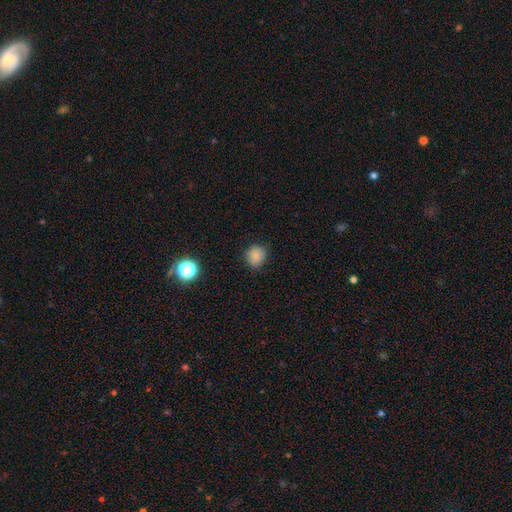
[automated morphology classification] Smooth or featured?
  - smooth: 83% *
  - star or artifact: 12%
  - featured or disk: 5%
How rounded?
  - round: 82% *
  - in between: 17%
  - cigar-shaped: 1%
Merging?
  - none: 82% *
  - minor disturbance: 14%
  - major disturbance: 3%
  - merger: 1%